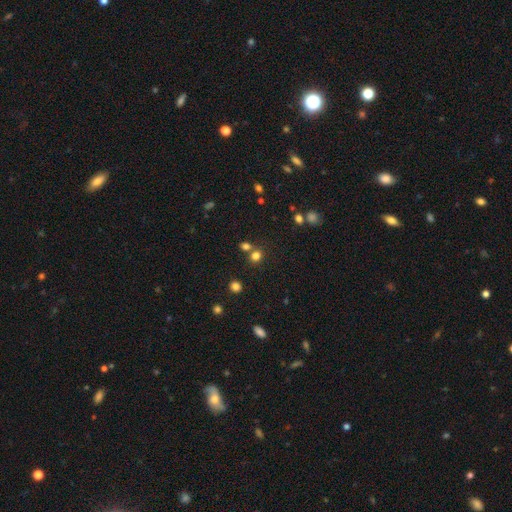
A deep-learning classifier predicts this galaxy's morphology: smooth-or-featured: smooth: 75% | star or artifact: 19% | featured or disk: 6%
  how-rounded: round: 73% | in between: 26% | cigar-shaped: 1%
  merging: none: 64% | merger: 24% | minor disturbance: 8% | major disturbance: 4%